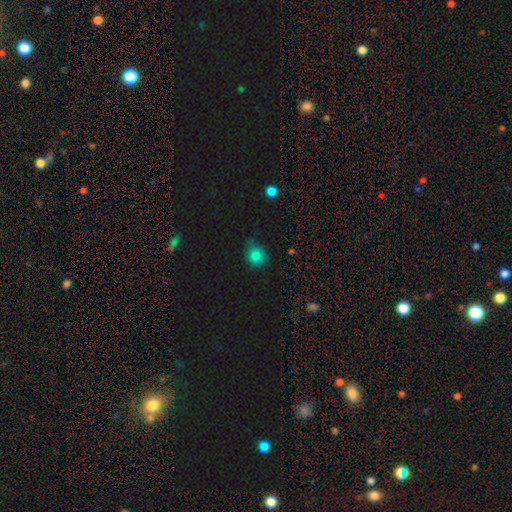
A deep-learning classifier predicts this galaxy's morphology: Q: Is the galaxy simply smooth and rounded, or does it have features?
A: smooth — 80%.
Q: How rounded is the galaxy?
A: round — 86%.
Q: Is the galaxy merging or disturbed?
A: none — 67%.